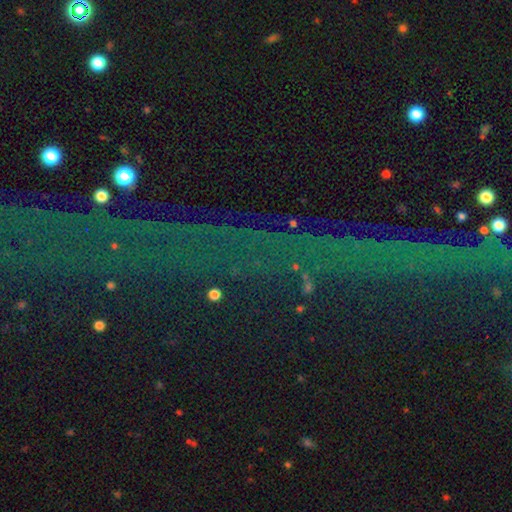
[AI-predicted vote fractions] Smooth or featured? star or artifact (77%)